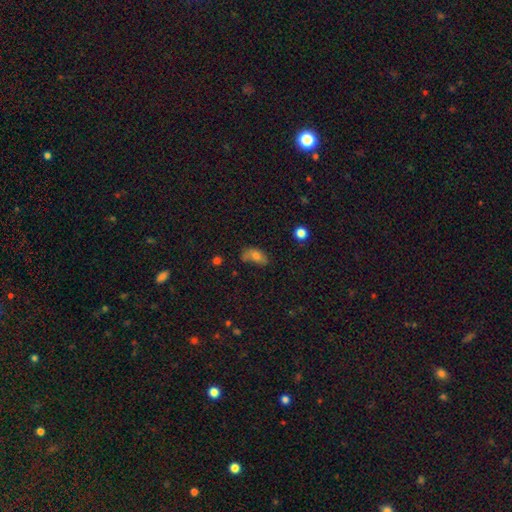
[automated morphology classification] This appears to be a smooth galaxy with no disk features (73%) that is in between round and cigar-shaped (86%). Merging: none (44%).